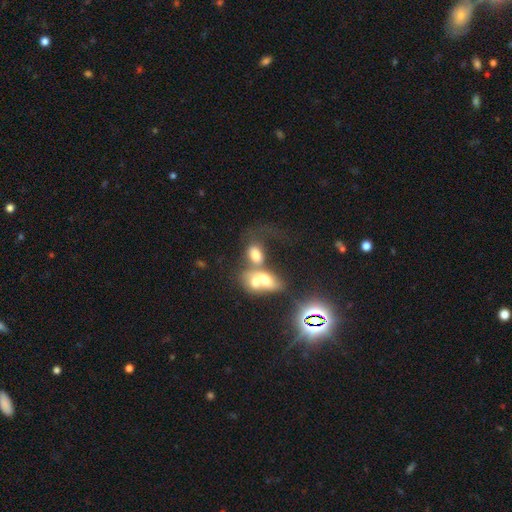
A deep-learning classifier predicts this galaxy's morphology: Smooth or featured? smooth (52%)
How rounded? in between (71%)
Merging? merger (68%)